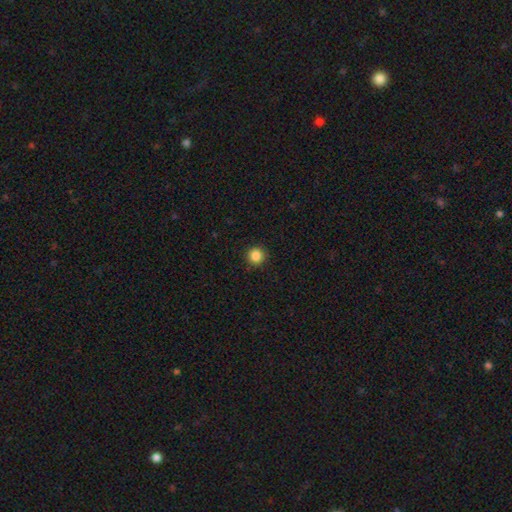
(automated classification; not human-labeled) This is clearly a smooth galaxy (86%). How rounded: clearly round (95%). Merging: clearly none (92%).